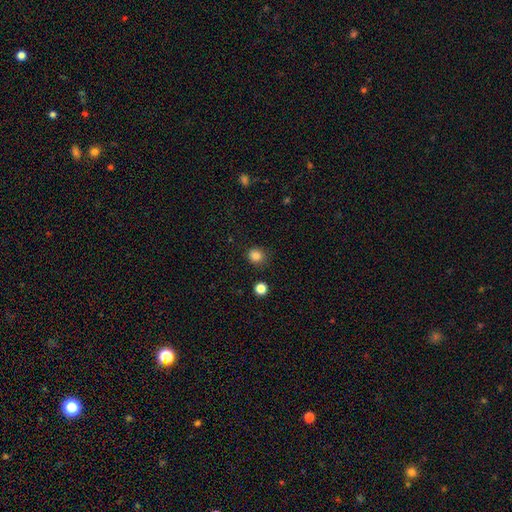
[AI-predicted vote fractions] Smooth or featured?
  - smooth: 84% *
  - star or artifact: 12%
  - featured or disk: 4%
How rounded?
  - round: 88% *
  - in between: 11%
  - cigar-shaped: 1%
Merging?
  - none: 86% *
  - minor disturbance: 9%
  - major disturbance: 3%
  - merger: 2%